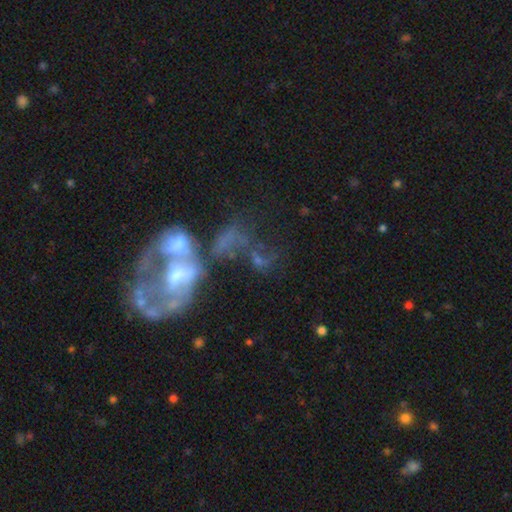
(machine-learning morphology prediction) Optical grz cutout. It shows a featured or disk galaxy (65%) with no bar (77%), no spiral arms (70%) and a moderate central bulge (43%). Merging: merger (64%).